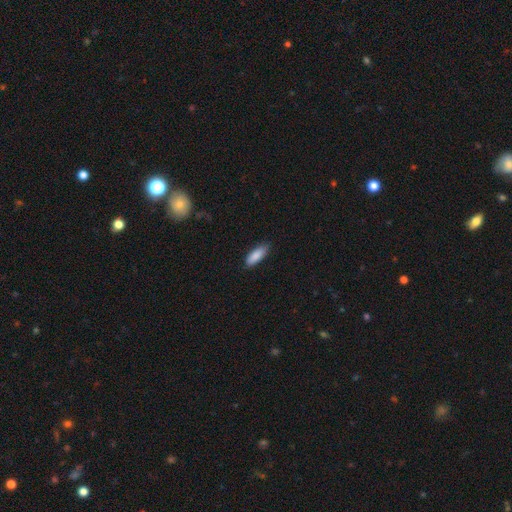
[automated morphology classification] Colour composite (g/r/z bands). It shows a smooth galaxy with no disk features (87%) that is in between round and cigar-shaped (67%). Merging: none (82%).